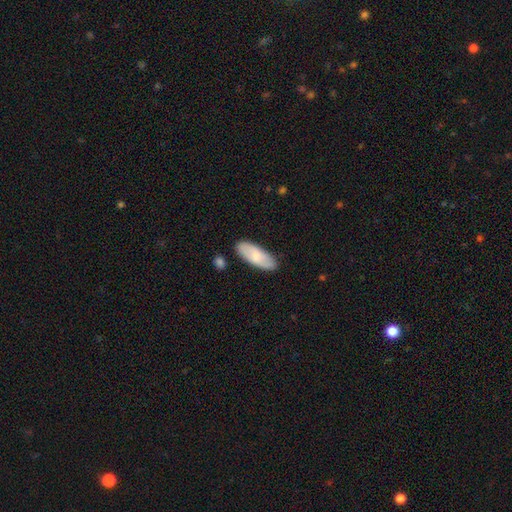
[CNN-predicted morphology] smooth 76%, featured or disk 19%, star or artifact 5%. Down the decision tree: how rounded — in between (77%); merging — none (84%).